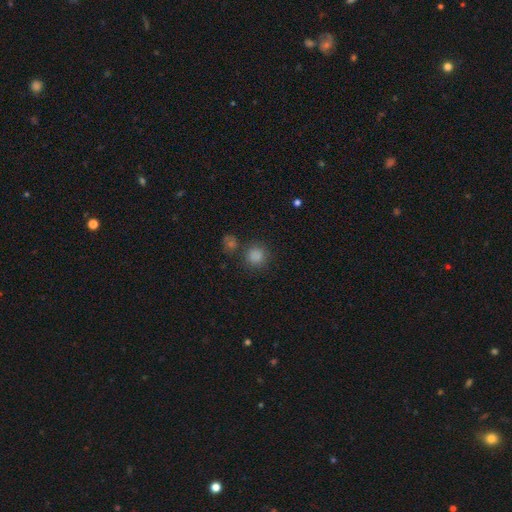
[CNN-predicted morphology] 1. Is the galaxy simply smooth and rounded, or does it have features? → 82% smooth, 14% star or artifact, 5% featured or disk.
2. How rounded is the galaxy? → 90% round, 9% in between, 1% cigar-shaped.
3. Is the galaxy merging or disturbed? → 73% none, 13% merger, 10% minor disturbance, 4% major disturbance.